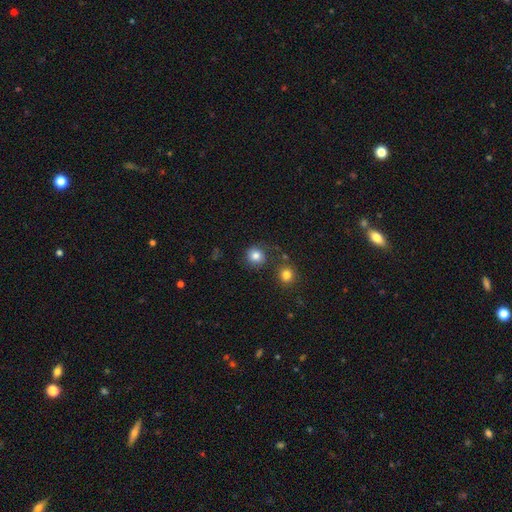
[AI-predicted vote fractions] Q: Smooth or featured?
A: smooth (82%); runner-up: star or artifact (11%)
Q: How rounded?
A: round (90%); runner-up: in between (9%)
Q: Merging?
A: none (74%); runner-up: minor disturbance (12%)